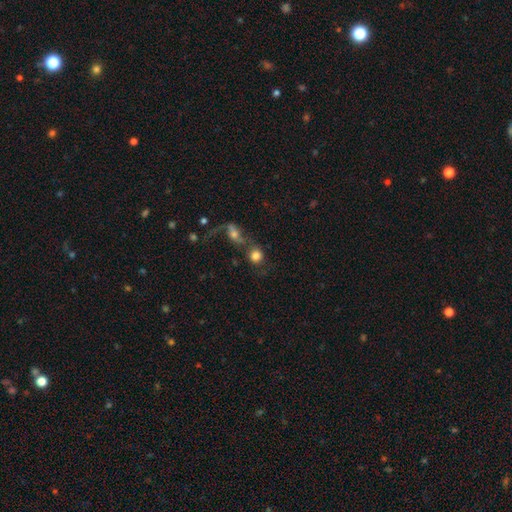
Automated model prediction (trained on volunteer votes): Smooth or featured?
  - smooth: 76% *
  - featured or disk: 14%
  - star or artifact: 10%
How rounded?
  - round: 86% *
  - in between: 13%
  - cigar-shaped: 2%
Merging?
  - merger: 49% *
  - none: 31%
  - major disturbance: 11%
  - minor disturbance: 9%